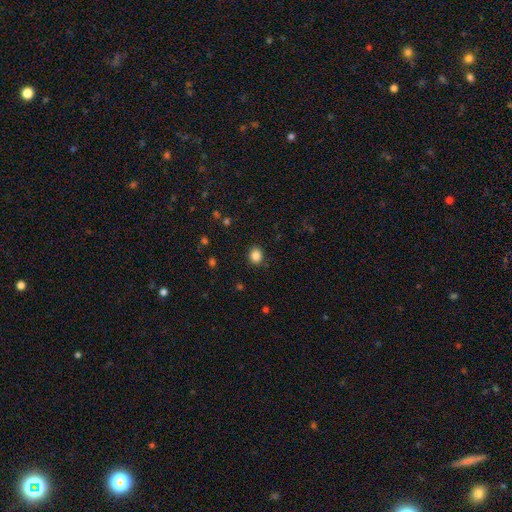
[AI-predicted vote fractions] Smooth or featured: smooth — 86% (star or artifact — 11%)
How rounded: round — 67% (in between — 32%)
Merging: none — 88% (minor disturbance — 8%)